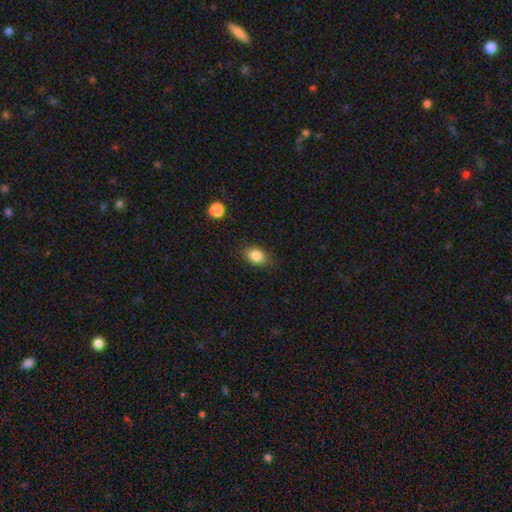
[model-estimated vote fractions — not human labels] Morphology: type=smooth (86%); roundness=in between (77%); merging=none (82%).